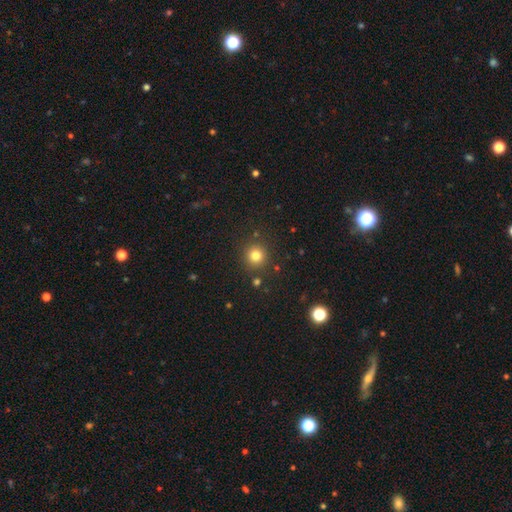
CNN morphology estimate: This is likely a smooth galaxy (80%). How rounded: clearly round (94%). Merging: clearly none (88%).